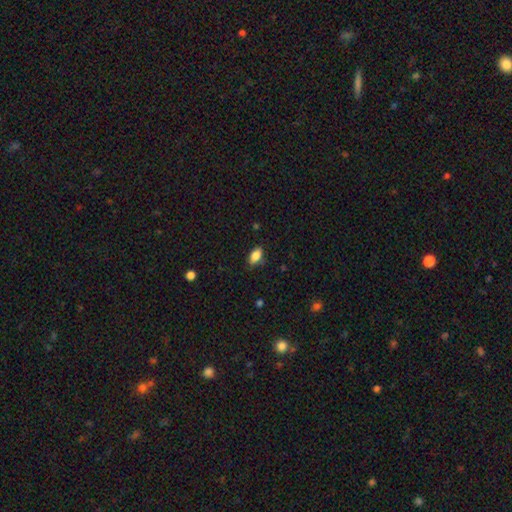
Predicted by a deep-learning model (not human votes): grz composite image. It shows a smooth galaxy with no disk features (84%) that is in between round and cigar-shaped (89%). Merging: none (78%).